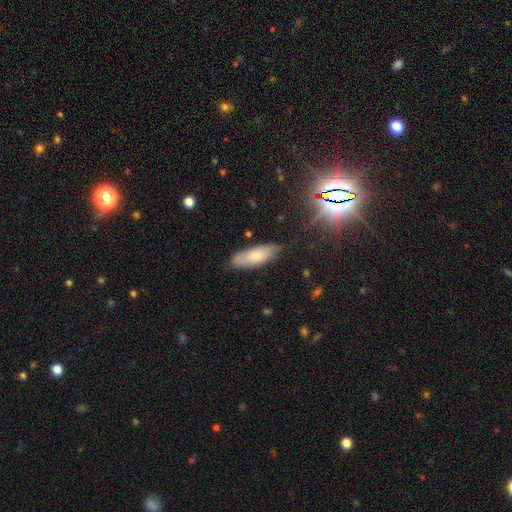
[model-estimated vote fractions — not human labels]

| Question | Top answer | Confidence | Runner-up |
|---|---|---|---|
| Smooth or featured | smooth | 69% | featured or disk (22%) |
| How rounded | in between | 64% | cigar-shaped (33%) |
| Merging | none | 76% | minor disturbance (19%) |